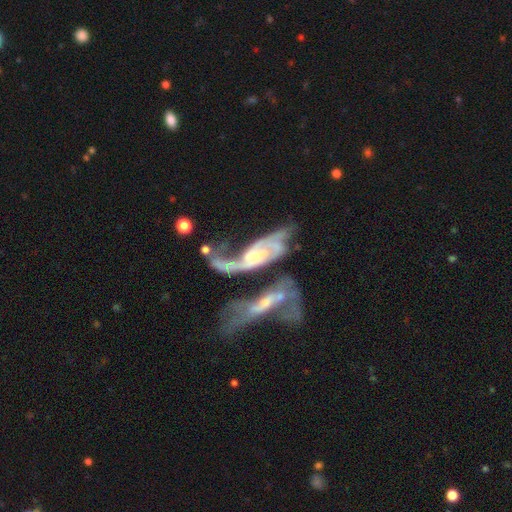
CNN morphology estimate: This appears to be a featured or disk galaxy (81%) with no bar (60%), 2 (54%) loose (47%) spiral arms (87%) and a small central bulge (50%). Merging: merger (55%).